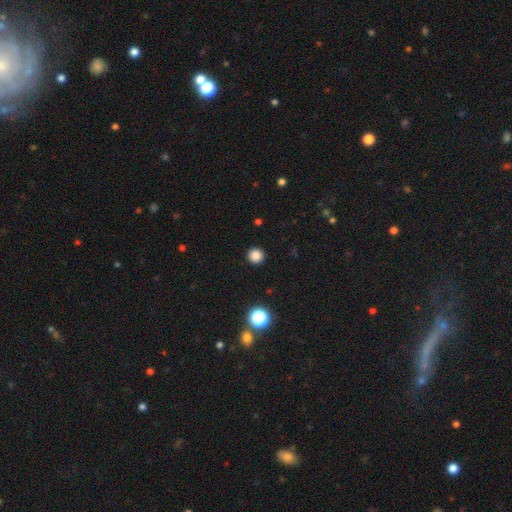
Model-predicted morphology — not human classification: Smooth or featured? Predicted: smooth (p=0.85). How rounded? Predicted: round (p=0.95). Merging? Predicted: none (p=0.93).